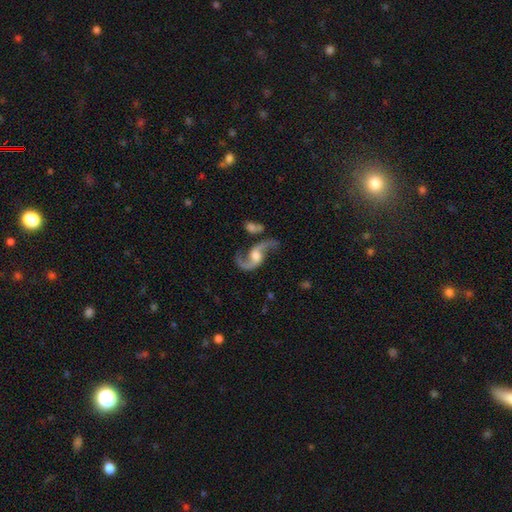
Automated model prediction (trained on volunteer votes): smooth_or_featured: featured or disk (p=0.92) [alt: star or artifact p=0.04]
disk_edge_on: no (p=0.97) [alt: yes p=0.03]
bar: no (p=0.47) [alt: weak p=0.41]
has_spiral_arms: yes (p=0.97) [alt: no p=0.03]
spiral_winding: loose (p=0.79) [alt: medium p=0.18]
spiral_arm_count: 2 (p=0.94) [alt: 1 p=0.02]
bulge_size: moderate (p=0.54) [alt: large p=0.20]
merging: none (p=0.65) [alt: minor disturbance p=0.16]